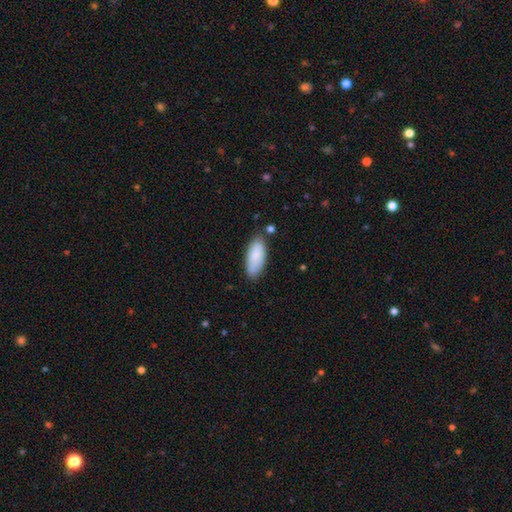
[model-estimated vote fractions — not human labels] A smooth galaxy with no disk features (86%) that is in between round and cigar-shaped (82%).

Vote fractions:
- Smooth or featured? smooth: 86% / featured or disk: 8% / star or artifact: 6%
- How rounded? in between: 82% / cigar-shaped: 17% / round: 2%
- Merging? none: 76% / minor disturbance: 18% / merger: 3% / major disturbance: 3%